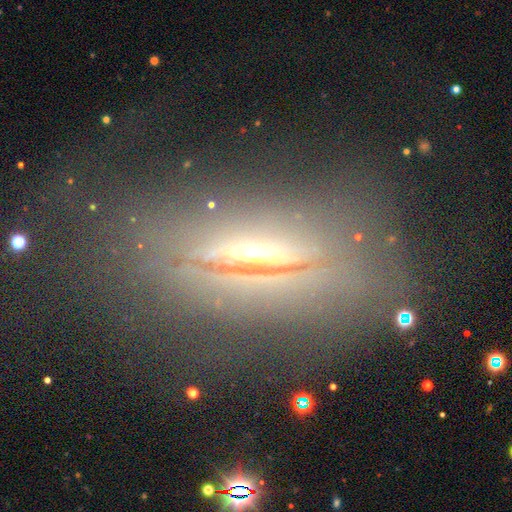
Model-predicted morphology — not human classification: This is likely a featured or disk galaxy (63%). It is likely viewed edge-on (78%). Merging: likely none (70%).